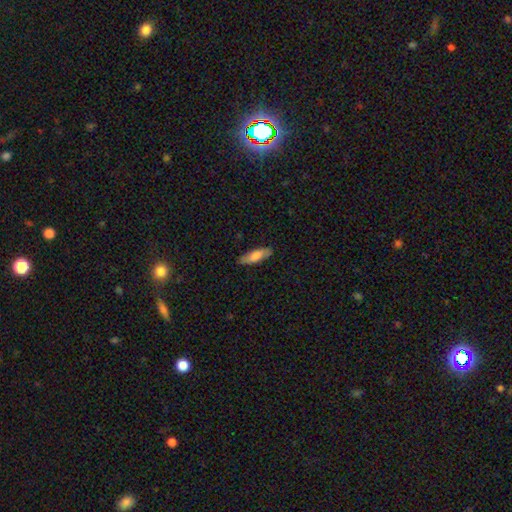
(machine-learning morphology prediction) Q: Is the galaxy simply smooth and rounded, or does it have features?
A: smooth — 72%.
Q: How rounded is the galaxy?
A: in between — 49%, tied with cigar-shaped.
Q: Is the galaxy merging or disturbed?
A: none — 83%.